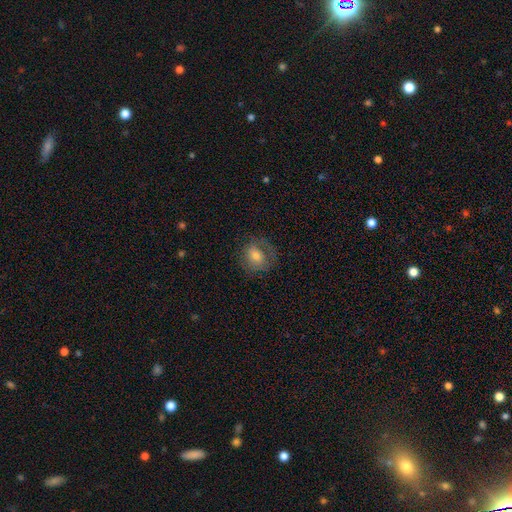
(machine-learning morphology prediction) A smooth galaxy with no disk features (57%) that is round (65%).

Vote fractions:
- Smooth or featured? smooth: 57% / featured or disk: 33% / star or artifact: 10%
- How rounded? round: 65% / in between: 34% / cigar-shaped: 1%
- Merging? none: 67% / minor disturbance: 18% / major disturbance: 13% / merger: 1%